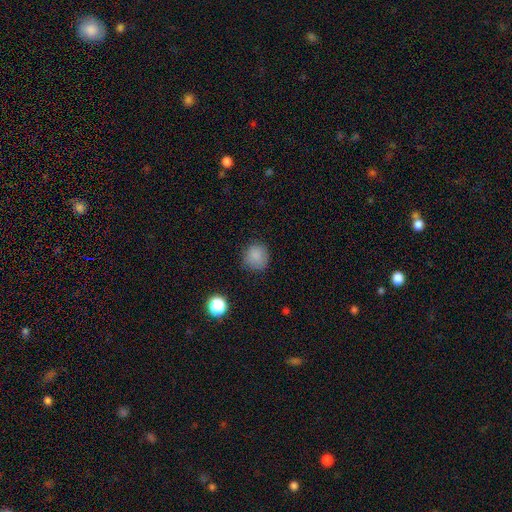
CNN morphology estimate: smooth_or_featured: smooth (p=0.84) [alt: star or artifact p=0.11]
how_rounded: round (p=0.90) [alt: in between p=0.09]
merging: none (p=0.82) [alt: minor disturbance p=0.14]